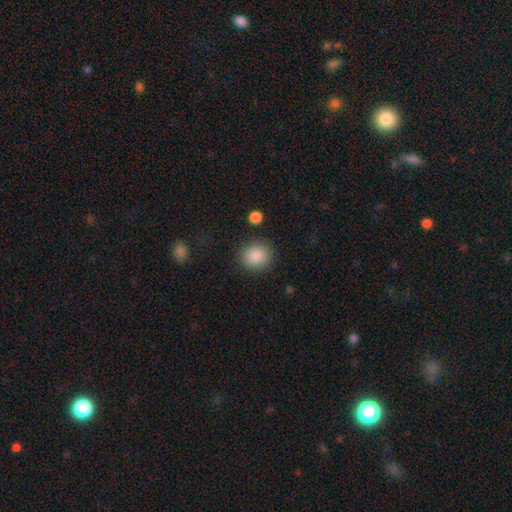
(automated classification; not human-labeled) This appears to be a smooth galaxy with no disk features (88%) that is round (80%). Merging: none (86%).